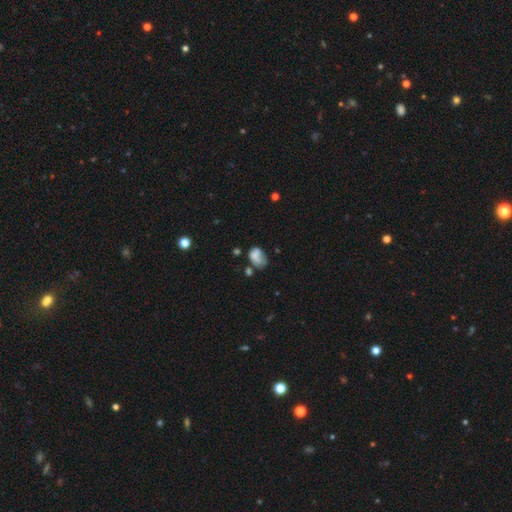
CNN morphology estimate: type=smooth (68%); roundness=in between (74%); merging=minor disturbance (31%, tied with none).